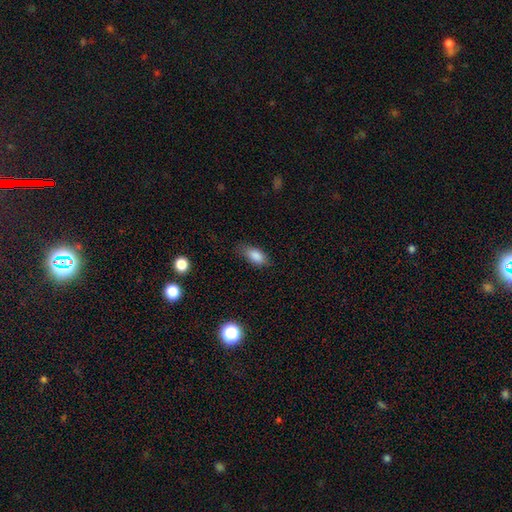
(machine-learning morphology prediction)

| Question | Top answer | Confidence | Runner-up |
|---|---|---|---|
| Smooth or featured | smooth | 85% | star or artifact (9%) |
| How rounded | in between | 87% | cigar-shaped (8%) |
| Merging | none | 72% | minor disturbance (21%) |